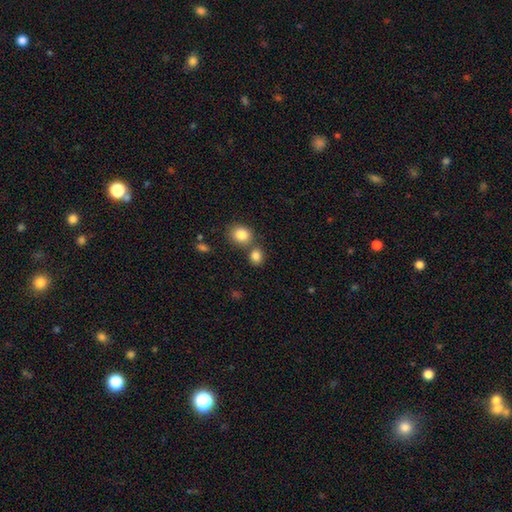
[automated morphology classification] Smooth or featured: smooth — 84% (star or artifact — 10%)
How rounded: round — 64% (in between — 35%)
Merging: none — 56% (merger — 32%)